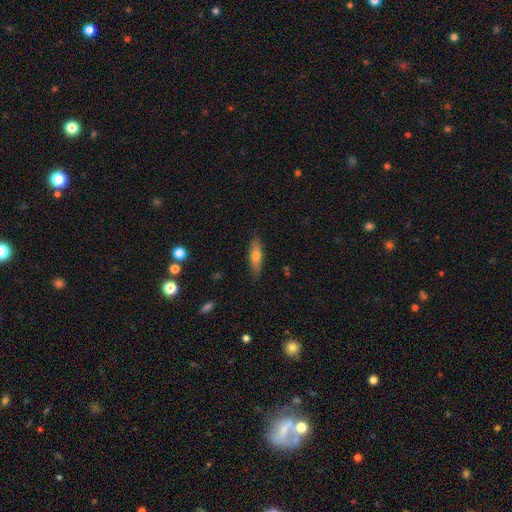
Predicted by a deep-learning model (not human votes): smooth-or-featured: smooth: 64% | featured or disk: 29% | star or artifact: 7%
  how-rounded: cigar-shaped: 51% | in between: 46% | round: 3%
  merging: none: 84% | minor disturbance: 12% | major disturbance: 2% | merger: 1%